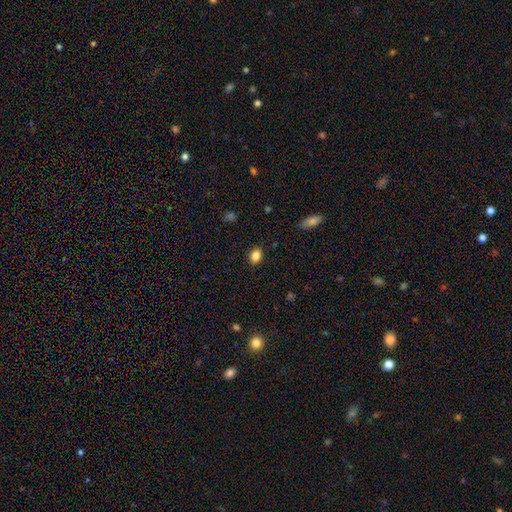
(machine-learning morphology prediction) Smooth or featured? Predicted: smooth (p=0.84). How rounded? Predicted: in between (p=0.64). Merging? Predicted: none (p=0.87).